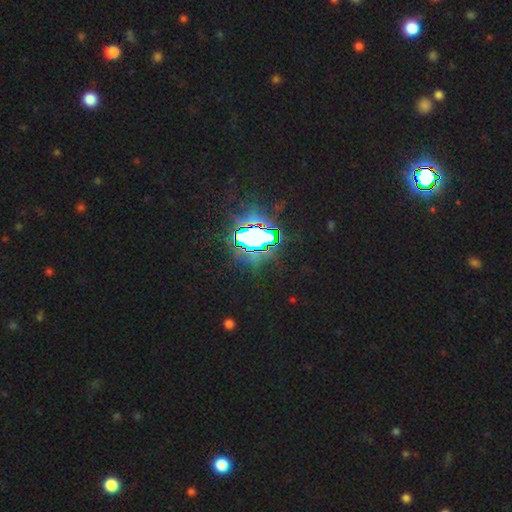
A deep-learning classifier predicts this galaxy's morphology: Smooth or featured?
  - star or artifact: 83% *
  - smooth: 10%
  - featured or disk: 7%